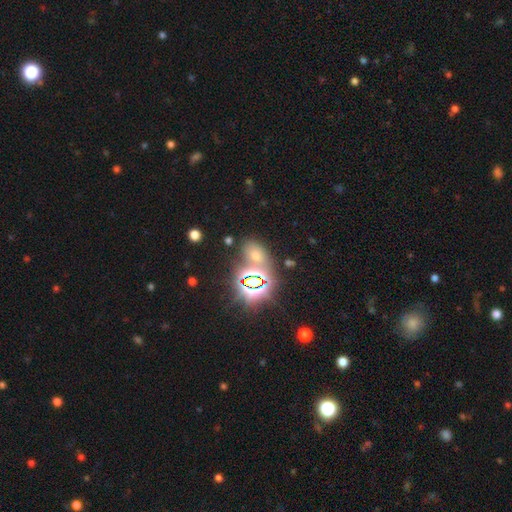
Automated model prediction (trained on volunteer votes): Q: Smooth or featured?
A: star or artifact (56%); runner-up: smooth (34%)